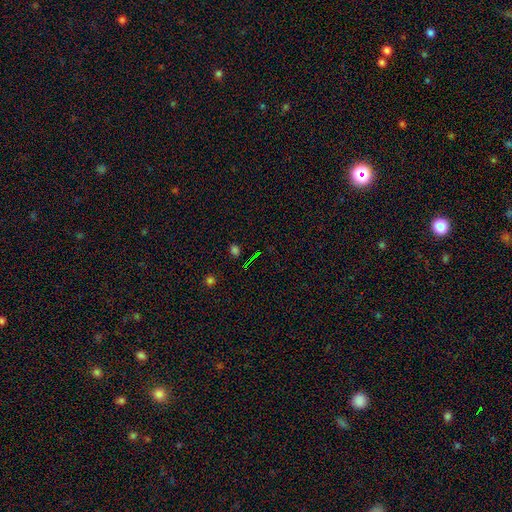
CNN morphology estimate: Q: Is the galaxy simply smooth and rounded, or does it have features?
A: star or artifact — 61%.